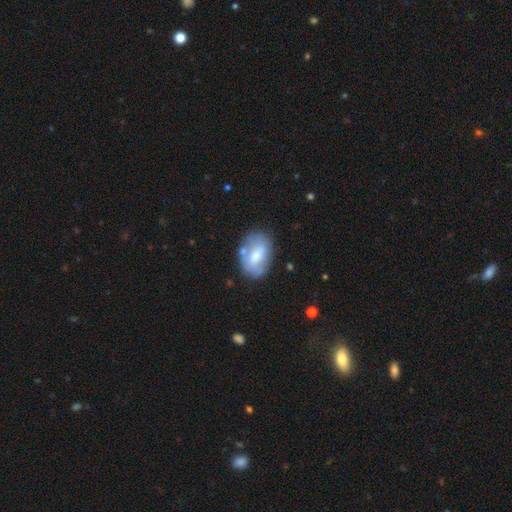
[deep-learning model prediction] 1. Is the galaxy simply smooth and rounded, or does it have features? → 57% smooth, 36% featured or disk, 7% star or artifact.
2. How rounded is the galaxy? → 84% in between, 15% round, 2% cigar-shaped.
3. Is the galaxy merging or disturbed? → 63% none, 22% minor disturbance, 8% merger, 7% major disturbance.